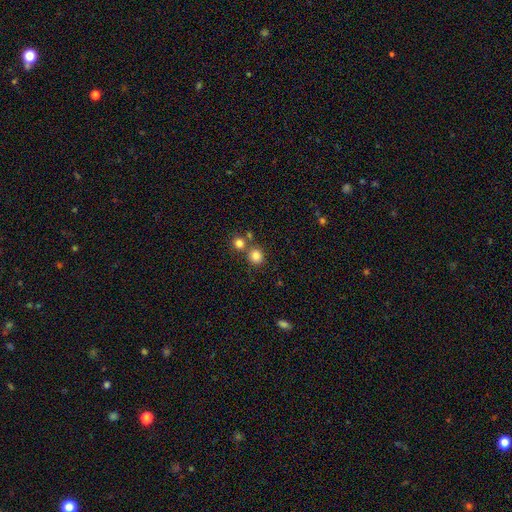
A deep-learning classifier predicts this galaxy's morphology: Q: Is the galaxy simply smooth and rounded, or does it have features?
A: smooth — 82%.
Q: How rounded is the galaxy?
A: round — 87%.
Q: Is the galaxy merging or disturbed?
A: none — 68%.